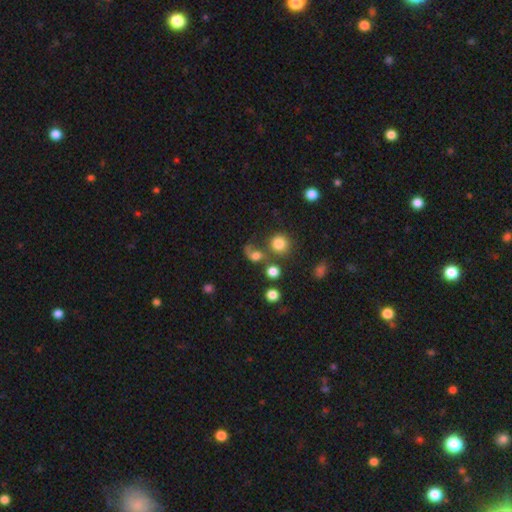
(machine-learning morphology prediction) Smooth or featured? smooth (60%)
How rounded? round (68%)
Merging? none (37%)